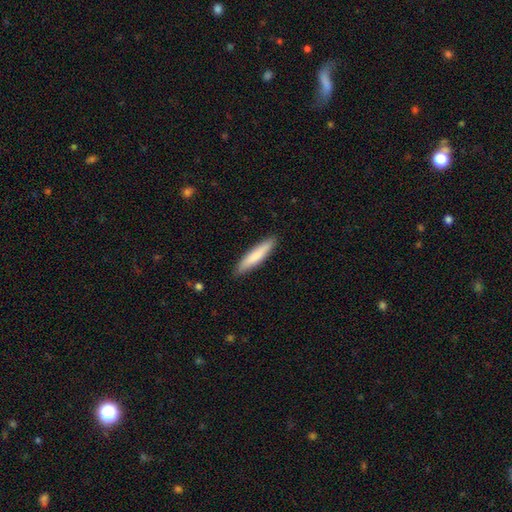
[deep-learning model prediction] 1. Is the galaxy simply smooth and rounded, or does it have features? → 81% smooth, 14% featured or disk, 5% star or artifact.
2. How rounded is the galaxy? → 85% cigar-shaped, 13% in between, 1% round.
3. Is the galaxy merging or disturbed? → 89% none, 8% minor disturbance, 2% major disturbance, 1% merger.